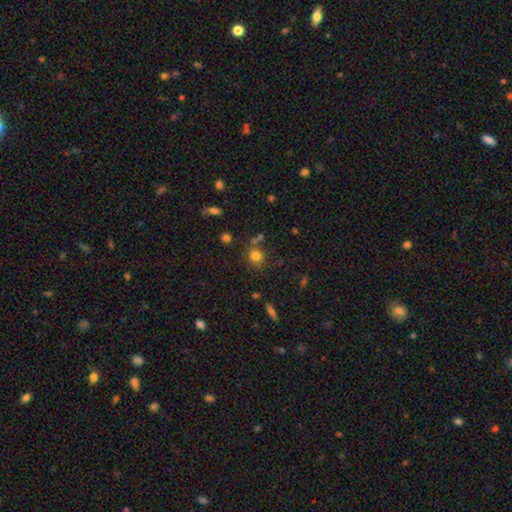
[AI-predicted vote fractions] This is likely a smooth galaxy (78%). How rounded: clearly round (85%). Merging: likely none (71%).